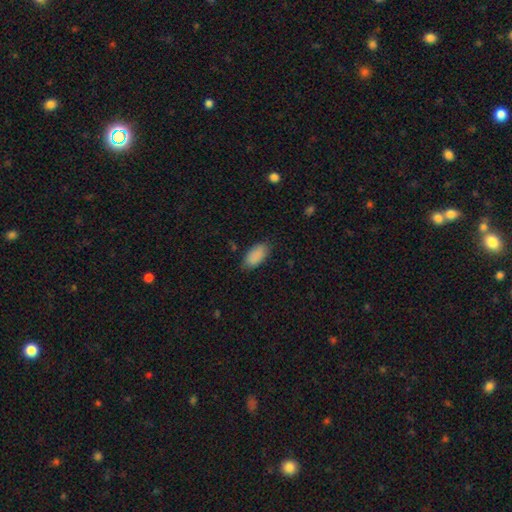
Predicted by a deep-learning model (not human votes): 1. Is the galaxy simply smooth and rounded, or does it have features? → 89% smooth, 7% star or artifact, 4% featured or disk.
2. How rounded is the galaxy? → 92% in between, 5% cigar-shaped, 2% round.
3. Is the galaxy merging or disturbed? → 81% none, 15% minor disturbance, 3% major disturbance, 1% merger.